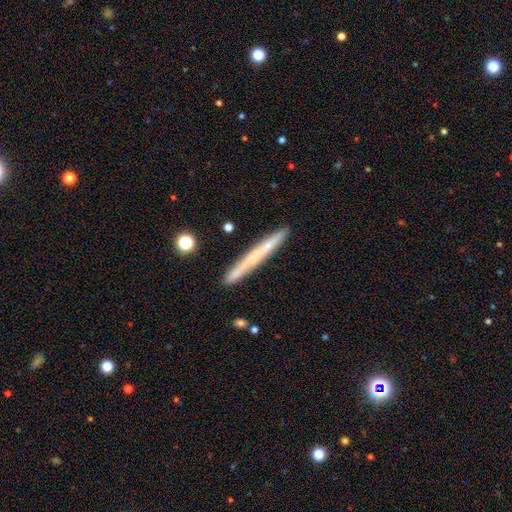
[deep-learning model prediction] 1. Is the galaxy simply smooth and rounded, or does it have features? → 47% smooth, 46% featured or disk, 7% star or artifact.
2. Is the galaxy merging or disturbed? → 87% none, 9% minor disturbance, 2% merger, 2% major disturbance.